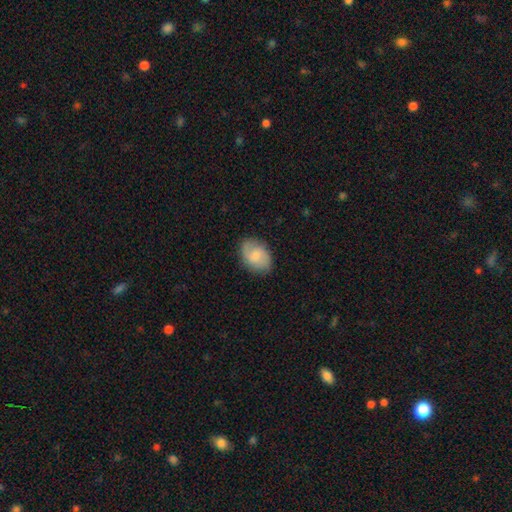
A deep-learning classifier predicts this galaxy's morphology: Smooth or featured?
  - smooth: 54% *
  - featured or disk: 39%
  - star or artifact: 7%
How rounded?
  - in between: 79% *
  - round: 20%
  - cigar-shaped: 1%
Merging?
  - none: 81% *
  - minor disturbance: 14%
  - major disturbance: 4%
  - merger: 1%